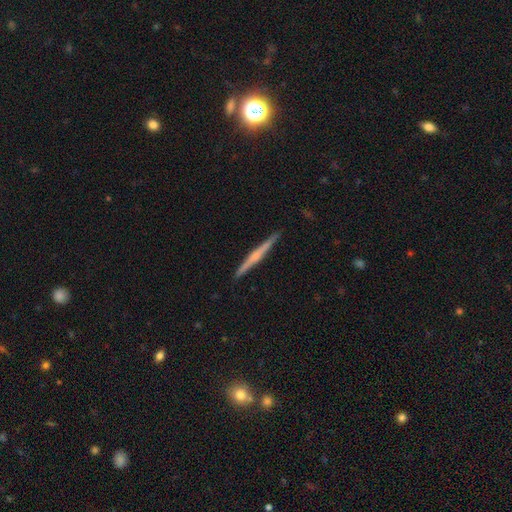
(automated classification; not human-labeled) smooth-or-featured: featured or disk: 68% | smooth: 26% | star or artifact: 6%
  disk-edge-on: yes: 98% | no: 2%
    edge-on-bulge: rounded: 56% | none: 32% | boxy: 12%
  merging: none: 92% | minor disturbance: 6% | major disturbance: 1% | merger: 1%